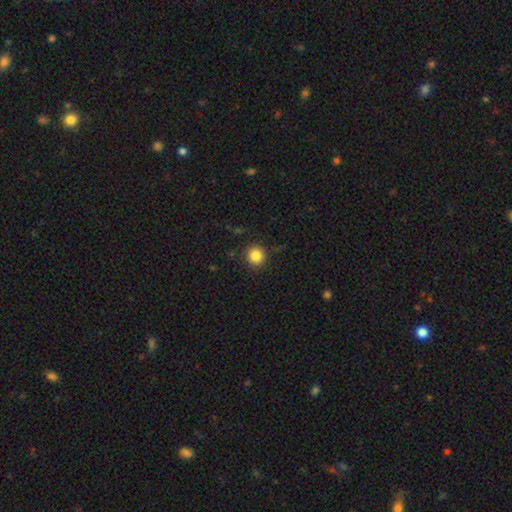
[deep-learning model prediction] A smooth galaxy with no disk features (85%) that is round (93%). Merging: none (90%).